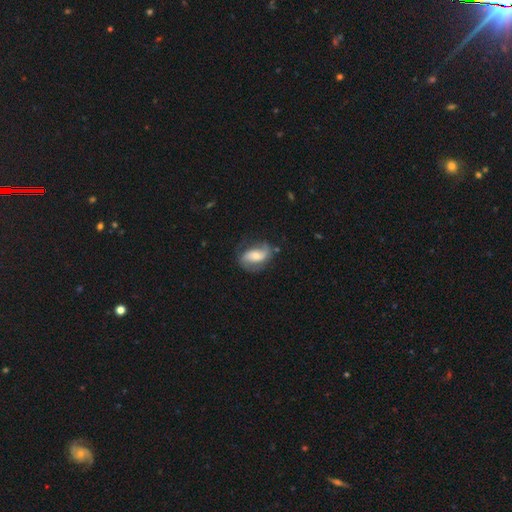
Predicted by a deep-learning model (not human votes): Morphology: type=featured or disk (69%); edge-on=no (96%); bar=no (41%); spiral arms=yes (90%); winding=medium (41%); arm count=2 (84%); bulge=moderate (51%); merging=none (66%).